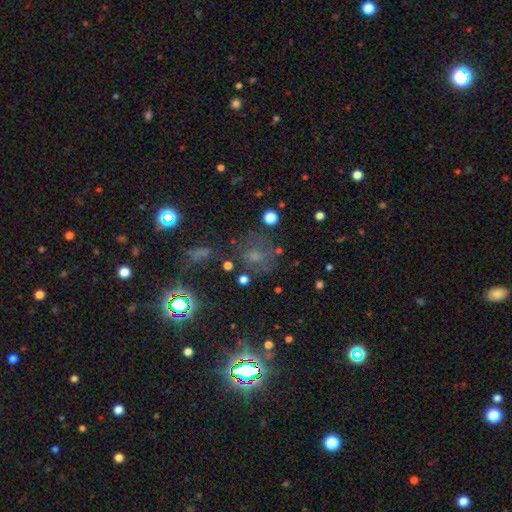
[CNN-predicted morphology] Smooth or featured: smooth — 48% (star or artifact — 34%)
Merging: none — 61% (minor disturbance — 18%)